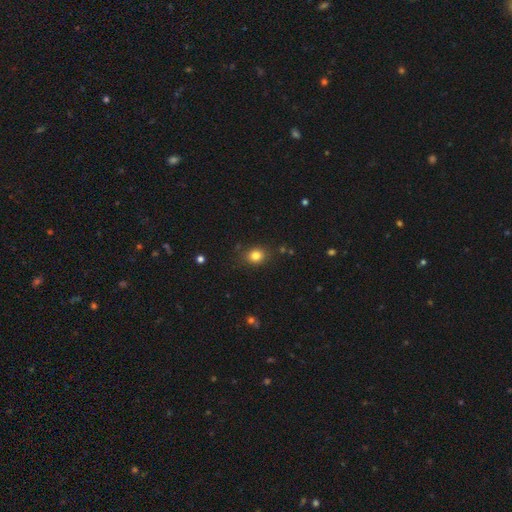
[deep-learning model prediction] Smooth or featured? Predicted: smooth (p=0.82). How rounded? Predicted: round (p=0.64). Merging? Predicted: none (p=0.84).